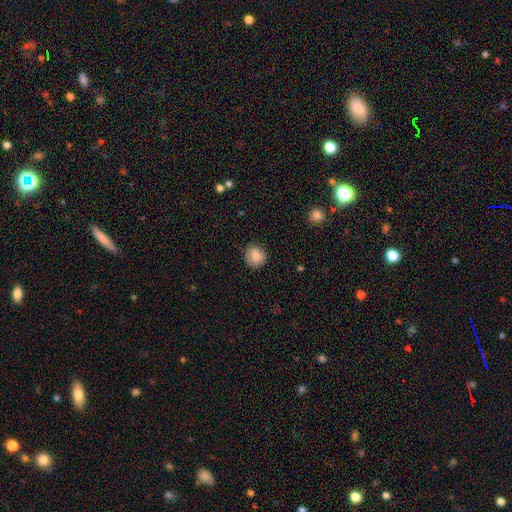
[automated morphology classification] This is clearly a smooth galaxy (85%). How rounded: clearly round (84%). Merging: clearly none (85%).